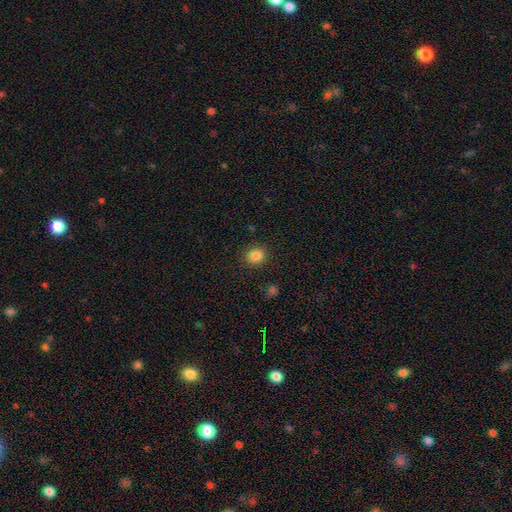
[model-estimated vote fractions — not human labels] This appears to be a smooth galaxy with no disk features (85%) that is round (77%). Merging: none (88%).